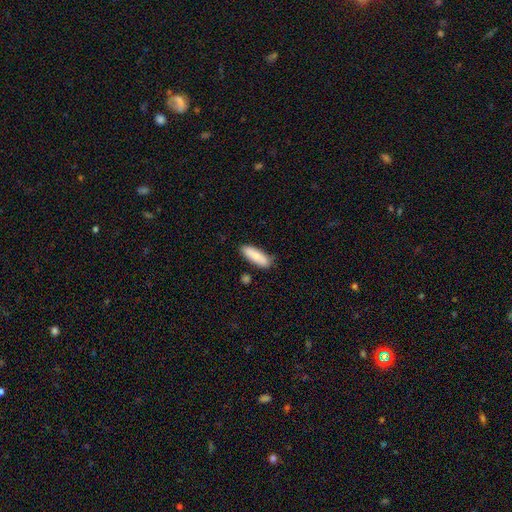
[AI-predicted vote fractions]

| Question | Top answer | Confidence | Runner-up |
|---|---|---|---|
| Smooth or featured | smooth | 84% | featured or disk (10%) |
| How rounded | in between | 53% | cigar-shaped (45%) |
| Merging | none | 80% | minor disturbance (14%) |